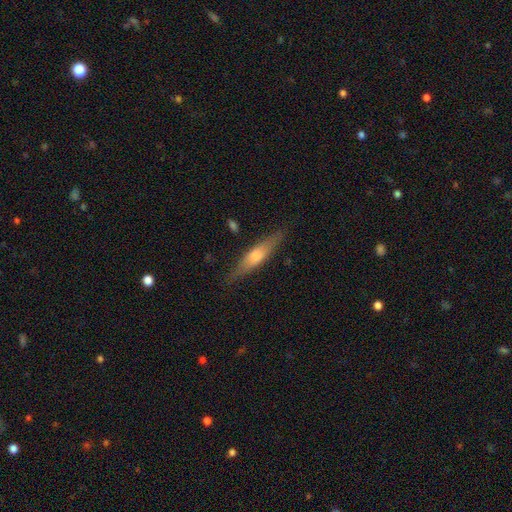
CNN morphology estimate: This is possibly a featured or disk galaxy (52%). It is clearly viewed edge-on (92%). Merging: clearly none (85%).